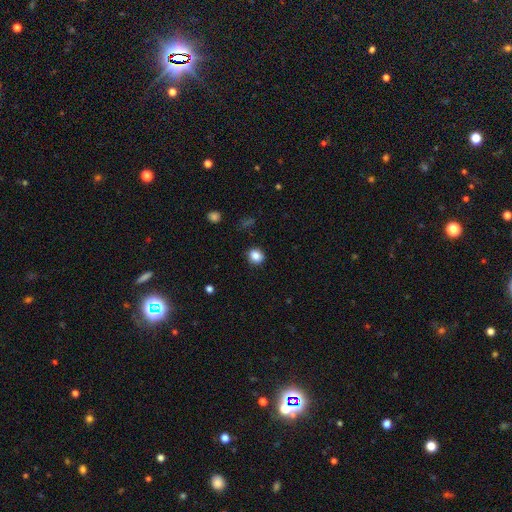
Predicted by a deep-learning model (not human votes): smooth-or-featured: smooth: 84% | star or artifact: 10% | featured or disk: 5%
  how-rounded: round: 81% | in between: 18% | cigar-shaped: 1%
  merging: none: 88% | minor disturbance: 8% | major disturbance: 2% | merger: 1%